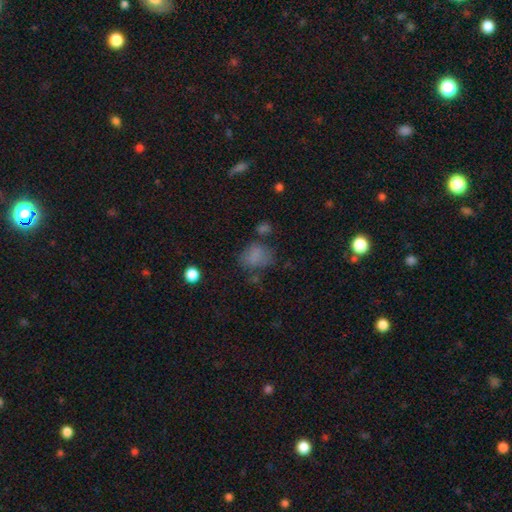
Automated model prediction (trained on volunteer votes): smooth_or_featured: smooth (p=0.73) [alt: star or artifact p=0.15]
how_rounded: in between (p=0.54) [alt: round p=0.45]
merging: none (p=0.51) [alt: minor disturbance p=0.24]